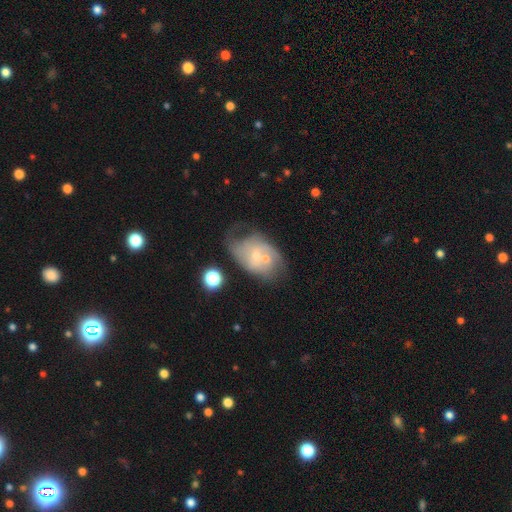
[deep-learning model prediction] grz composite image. It shows a featured or disk galaxy (61%) with no bar (73%), spiral arms (68%) and a small central bulge (62%). Merging: merger (31%).